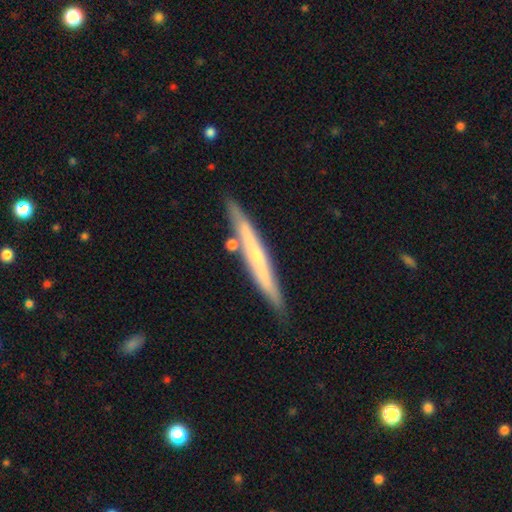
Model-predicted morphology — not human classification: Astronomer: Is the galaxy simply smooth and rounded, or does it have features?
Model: featured or disk — 61%.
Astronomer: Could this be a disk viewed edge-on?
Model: yes — 94%.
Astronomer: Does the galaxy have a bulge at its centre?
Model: rounded — 50% (runner-up: none, 46%).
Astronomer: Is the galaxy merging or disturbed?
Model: none — 83%.